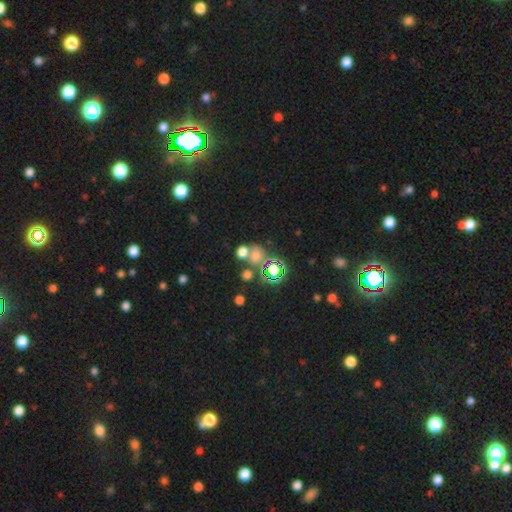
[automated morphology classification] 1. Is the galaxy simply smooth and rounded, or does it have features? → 56% smooth, 34% star or artifact, 10% featured or disk.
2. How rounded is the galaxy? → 76% round, 23% in between, 1% cigar-shaped.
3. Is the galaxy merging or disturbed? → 51% none, 34% merger, 9% minor disturbance, 6% major disturbance.